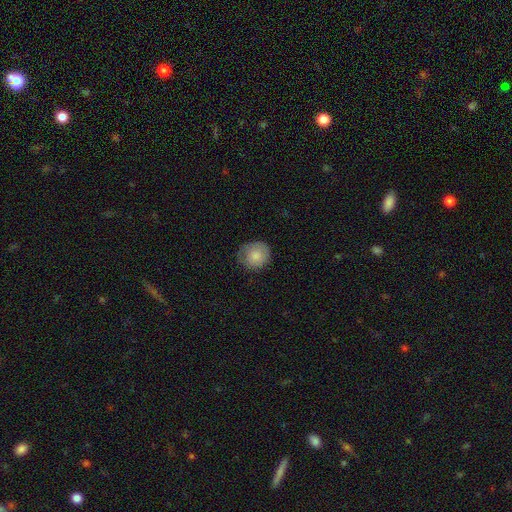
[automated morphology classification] smooth_or_featured: smooth (p=0.80) [alt: featured or disk p=0.13]
how_rounded: round (p=0.85) [alt: in between p=0.14]
merging: none (p=0.70) [alt: minor disturbance p=0.23]